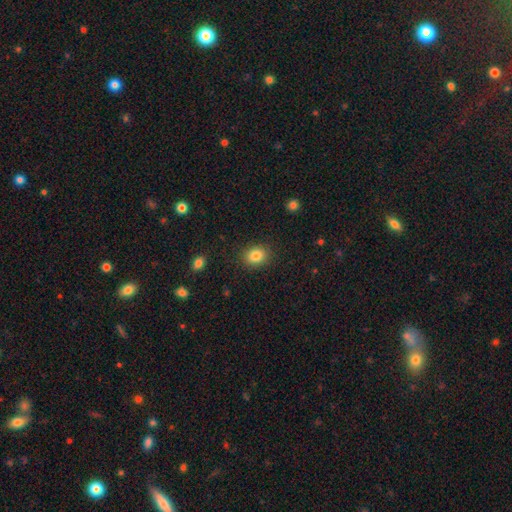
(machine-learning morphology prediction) Smooth or featured: smooth — 84% (star or artifact — 10%)
How rounded: round — 54% (in between — 45%)
Merging: none — 88% (minor disturbance — 9%)